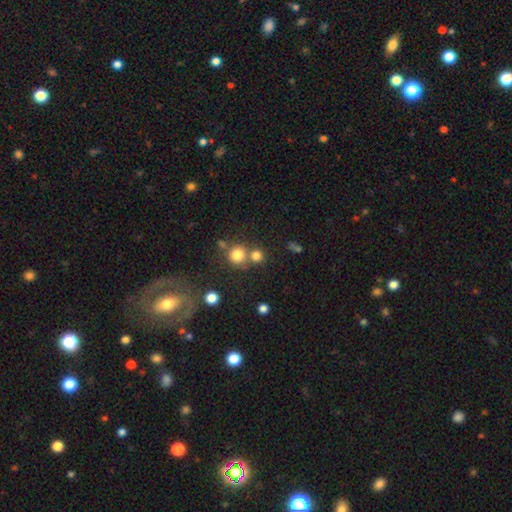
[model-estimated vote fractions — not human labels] Overall: smooth (77%). How rounded: round (89%). Merging: none (60%; merger 29%).